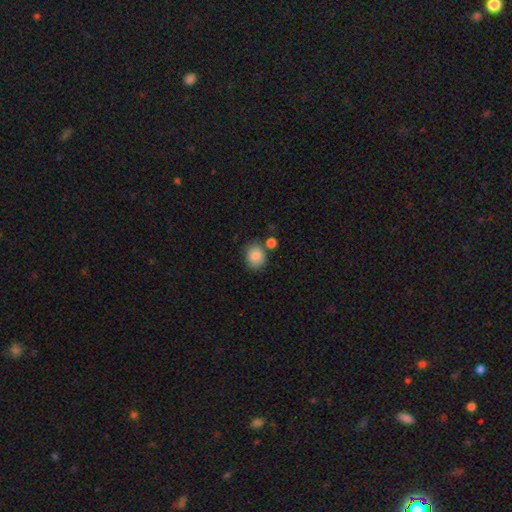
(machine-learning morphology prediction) This appears to be a smooth galaxy with no disk features (85%) that is round (57%). Merging: none (65%).